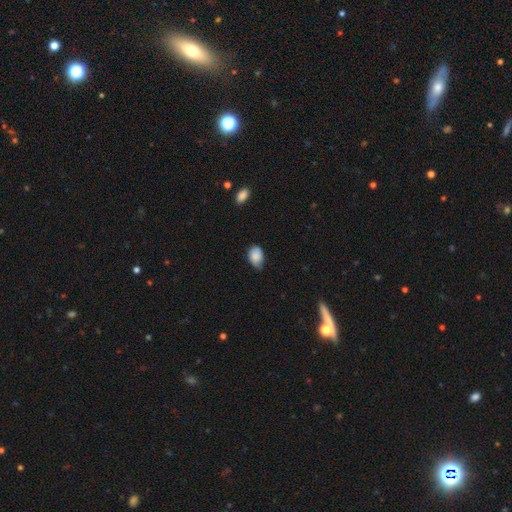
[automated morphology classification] Smooth or featured?
  - smooth: 86% *
  - star or artifact: 7%
  - featured or disk: 7%
How rounded?
  - in between: 79% *
  - round: 20%
  - cigar-shaped: 1%
Merging?
  - none: 50% *
  - minor disturbance: 42%
  - major disturbance: 7%
  - merger: 2%